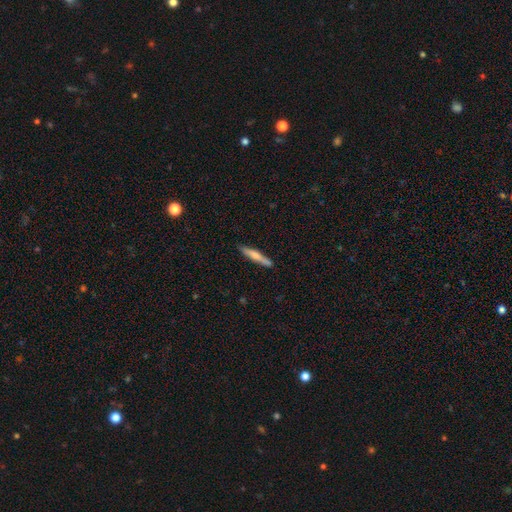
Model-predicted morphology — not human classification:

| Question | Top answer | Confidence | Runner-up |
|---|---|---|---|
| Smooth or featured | smooth | 61% | featured or disk (33%) |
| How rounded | cigar-shaped | 92% | in between (7%) |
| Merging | none | 86% | minor disturbance (11%) |